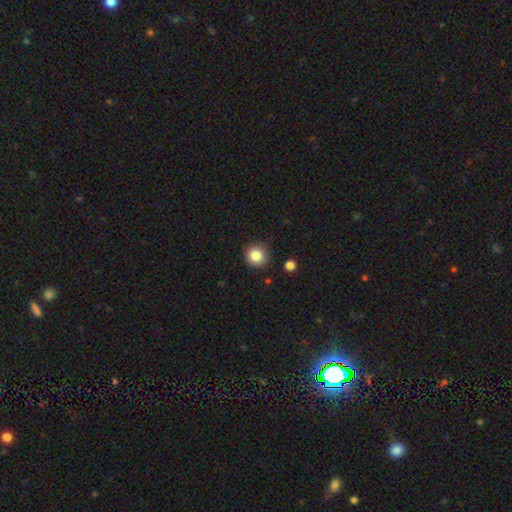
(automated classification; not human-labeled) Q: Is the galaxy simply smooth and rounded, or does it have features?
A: smooth — 84%.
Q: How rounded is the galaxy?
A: round — 93%.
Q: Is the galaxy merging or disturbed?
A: none — 88%.